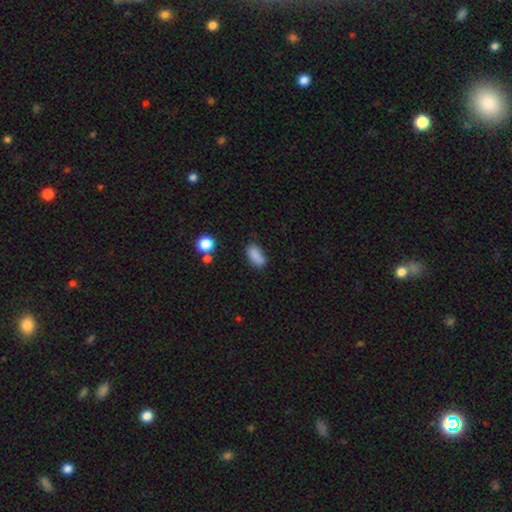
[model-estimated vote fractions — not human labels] Q: Smooth or featured?
A: smooth (85%); runner-up: star or artifact (10%)
Q: How rounded?
A: in between (85%); runner-up: cigar-shaped (11%)
Q: Merging?
A: none (73%); runner-up: minor disturbance (19%)